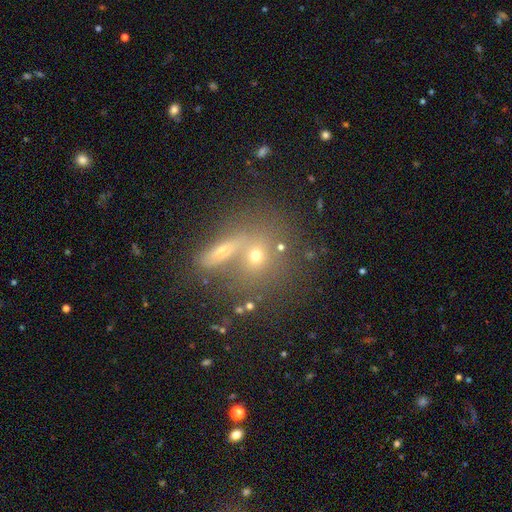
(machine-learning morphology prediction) Smooth or featured? smooth (63%)
How rounded? round (70%)
Merging? none (52%)